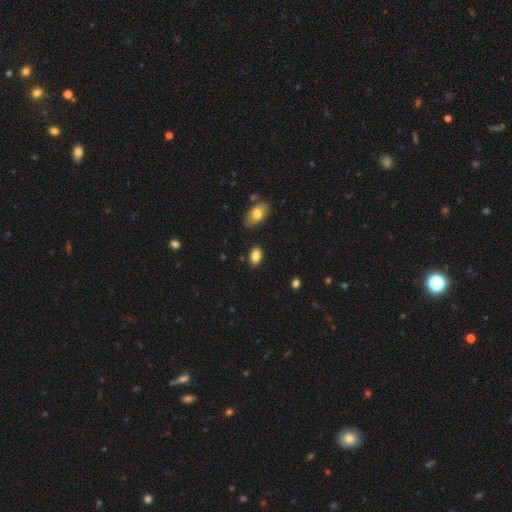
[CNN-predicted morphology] smooth_or_featured: smooth (p=0.86) [alt: star or artifact p=0.08]
how_rounded: in between (p=0.88) [alt: round p=0.10]
merging: none (p=0.86) [alt: minor disturbance p=0.10]